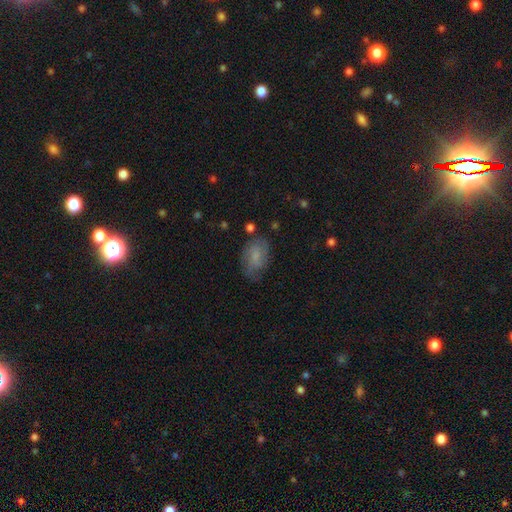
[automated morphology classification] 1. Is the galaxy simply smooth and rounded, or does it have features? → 57% smooth, 35% featured or disk, 9% star or artifact.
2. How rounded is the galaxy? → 87% in between, 11% round, 2% cigar-shaped.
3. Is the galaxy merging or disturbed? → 62% none, 26% minor disturbance, 10% major disturbance, 2% merger.